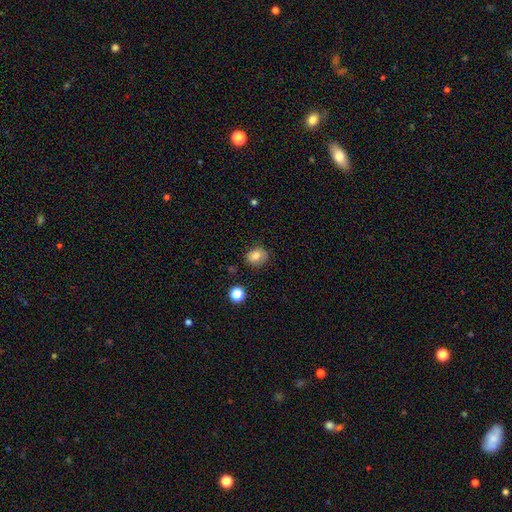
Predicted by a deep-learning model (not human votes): A smooth galaxy with no disk features (80%) that is round (57%). Merging: none (80%).